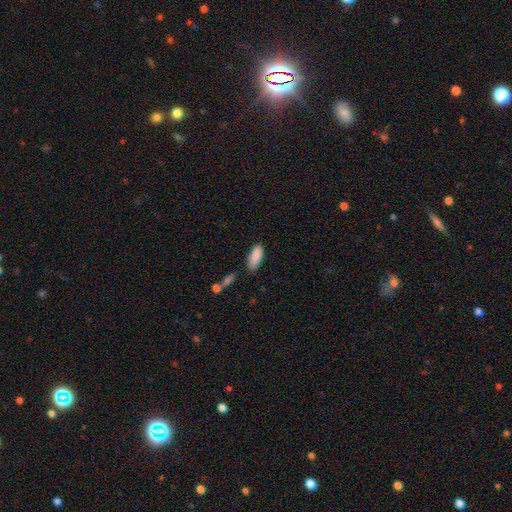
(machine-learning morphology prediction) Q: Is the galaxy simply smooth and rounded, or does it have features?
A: smooth — 89%.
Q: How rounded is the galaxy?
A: in between — 79%.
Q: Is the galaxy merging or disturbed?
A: none — 74%.